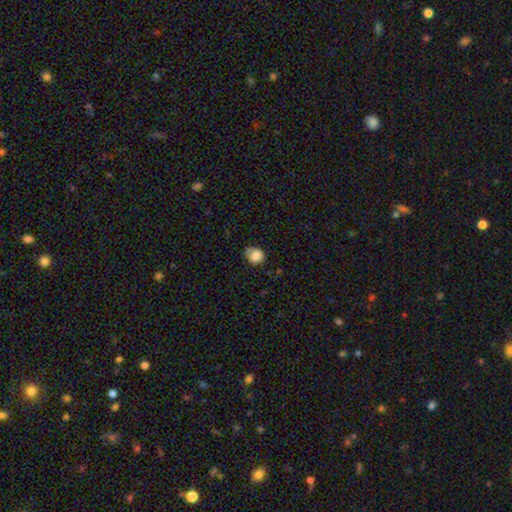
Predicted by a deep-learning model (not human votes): smooth-or-featured: smooth: 83% | star or artifact: 9% | featured or disk: 8%
  how-rounded: round: 58% | in between: 41% | cigar-shaped: 1%
  merging: none: 56% | minor disturbance: 32% | major disturbance: 8% | merger: 3%